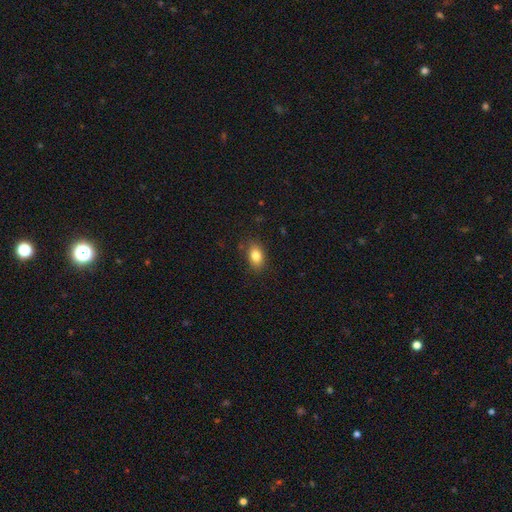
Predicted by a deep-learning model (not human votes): Morphology: type=smooth (83%); roundness=in between (84%); merging=none (83%).